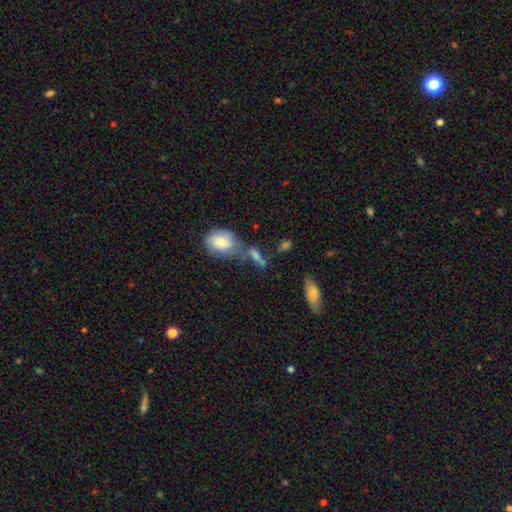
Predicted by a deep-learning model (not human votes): This is likely a smooth galaxy (62%). How rounded: possibly in between (56%). Merging: marginally none (43%).